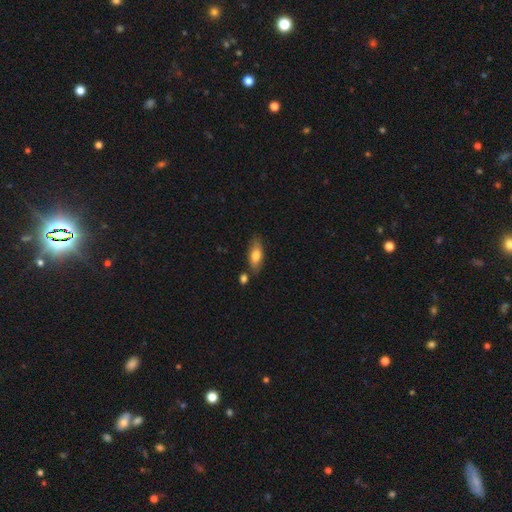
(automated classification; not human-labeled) Smooth or featured? Predicted: smooth (p=0.76). How rounded? Predicted: in between (p=0.78). Merging? Predicted: none (p=0.75).